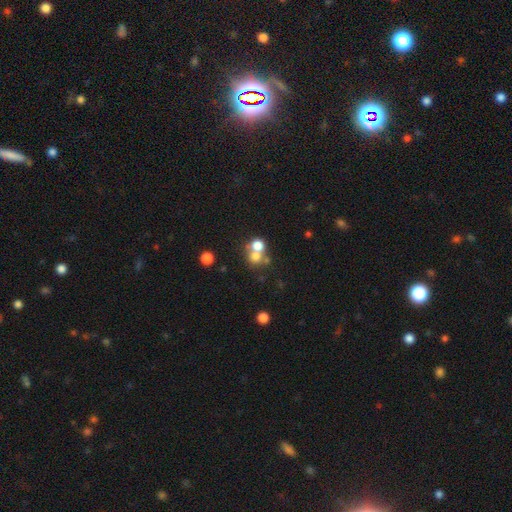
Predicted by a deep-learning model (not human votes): A smooth galaxy with no disk features (69%) that is round (82%).

Vote fractions:
- Smooth or featured? smooth: 69% / featured or disk: 16% / star or artifact: 15%
- How rounded? round: 82% / in between: 17% / cigar-shaped: 1%
- Merging? merger: 53% / none: 38% / minor disturbance: 6% / major disturbance: 4%